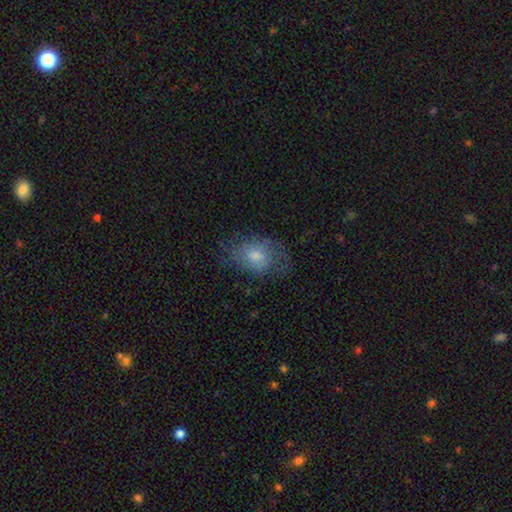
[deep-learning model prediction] Smooth or featured: smooth — 54% (featured or disk — 36%)
How rounded: in between — 69% (round — 30%)
Merging: none — 61% (minor disturbance — 23%)